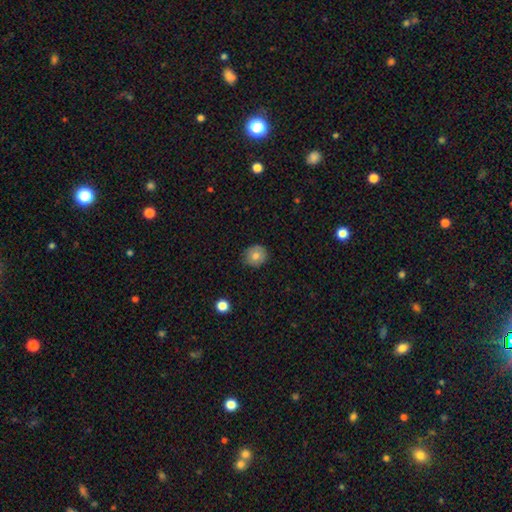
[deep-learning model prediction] Smooth or featured: smooth — 76% (featured or disk — 15%)
How rounded: round — 87% (in between — 12%)
Merging: none — 83% (minor disturbance — 13%)